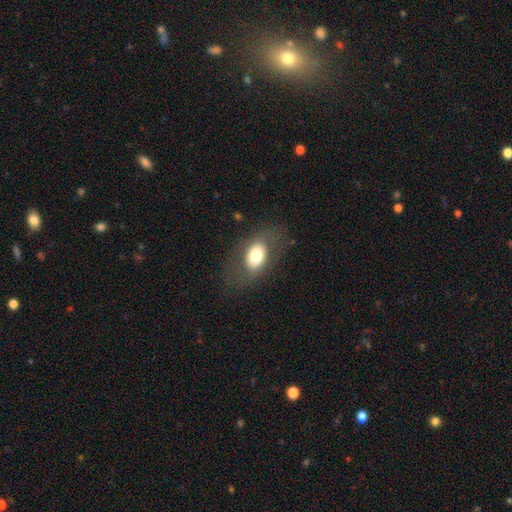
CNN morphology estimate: Smooth or featured? Predicted: smooth (p=0.67). How rounded? Predicted: in between (p=0.86). Merging? Predicted: none (p=0.74).